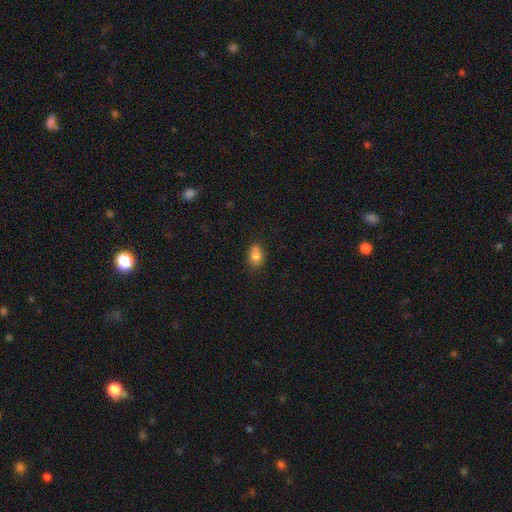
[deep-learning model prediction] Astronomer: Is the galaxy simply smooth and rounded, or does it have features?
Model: smooth — 82%.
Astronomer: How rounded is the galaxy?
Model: in between — 71%.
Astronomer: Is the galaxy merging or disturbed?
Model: none — 70%.